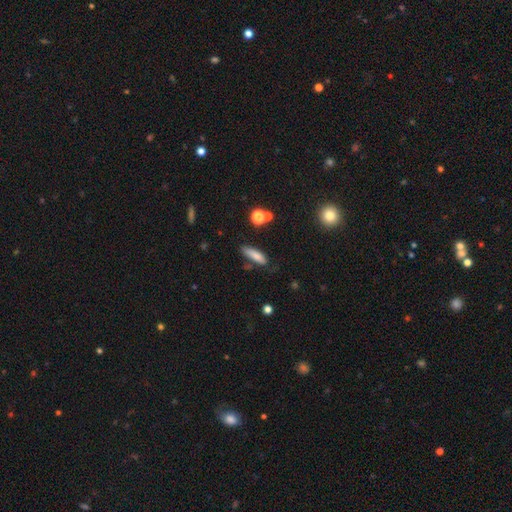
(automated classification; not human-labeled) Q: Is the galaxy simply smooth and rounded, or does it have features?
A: smooth — 77%.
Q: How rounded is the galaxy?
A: cigar-shaped — 62%.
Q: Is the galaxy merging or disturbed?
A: none — 66%.